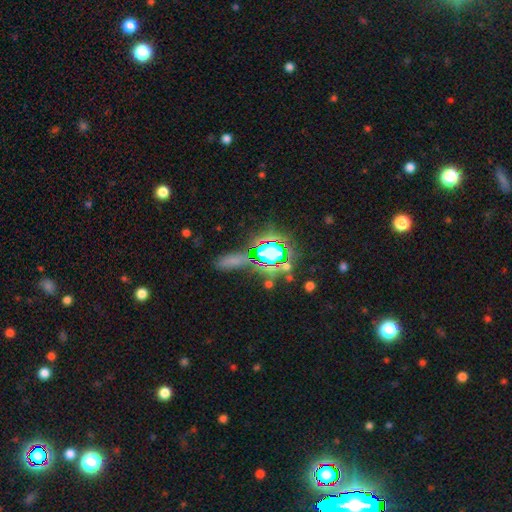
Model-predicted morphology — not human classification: star or artifact 77%, smooth 13%, featured or disk 10%.